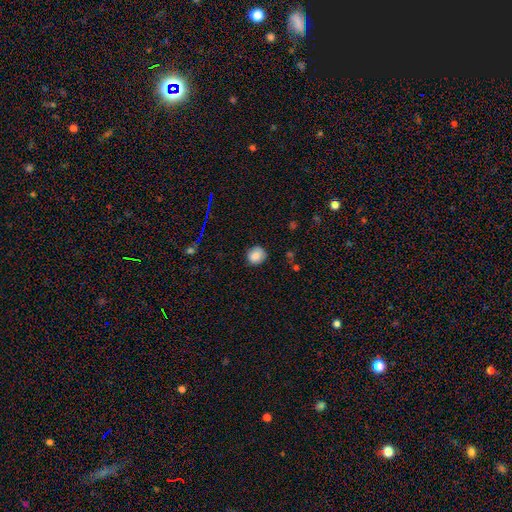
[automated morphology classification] A smooth galaxy with no disk features (86%) that is round (83%). Merging: none (81%).